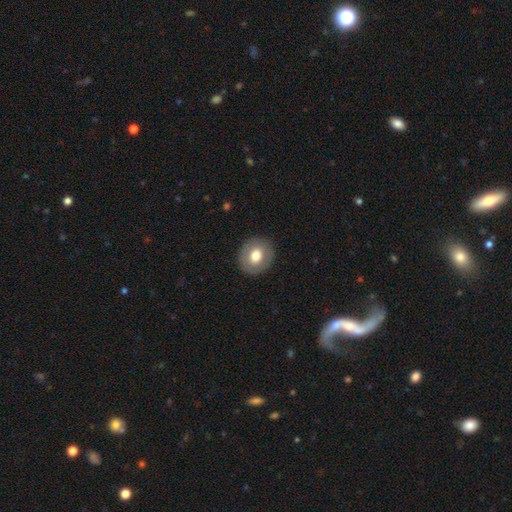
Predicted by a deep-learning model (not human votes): smooth_or_featured: smooth (p=0.70) [alt: featured or disk p=0.22]
how_rounded: round (p=0.75) [alt: in between p=0.24]
merging: none (p=0.89) [alt: minor disturbance p=0.07]